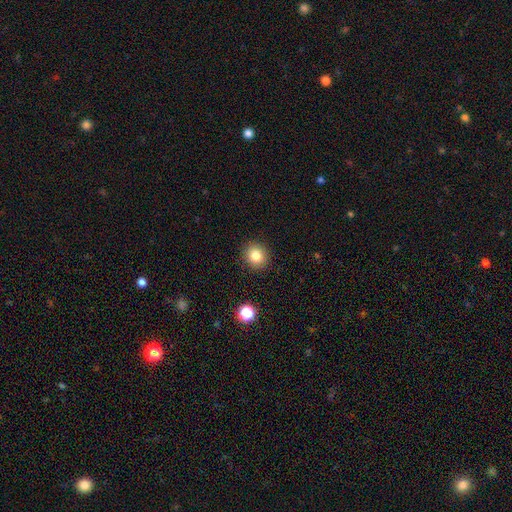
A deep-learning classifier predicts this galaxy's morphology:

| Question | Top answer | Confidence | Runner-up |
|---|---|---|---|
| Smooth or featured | smooth | 82% | star or artifact (12%) |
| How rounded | round | 87% | in between (12%) |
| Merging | none | 91% | minor disturbance (6%) |